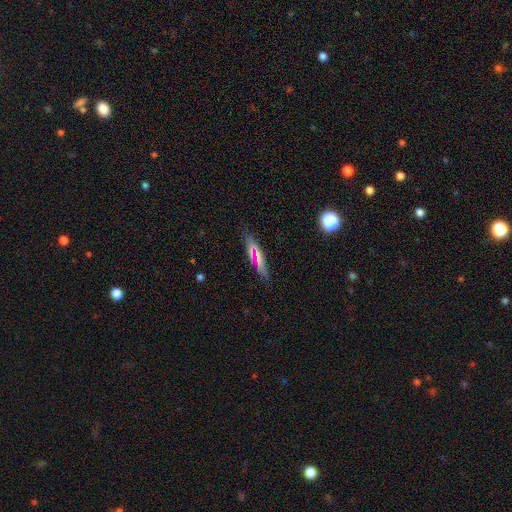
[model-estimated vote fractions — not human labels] This appears to be a smooth galaxy with no disk features (58%) that is cigar-shaped (67%). Merging: none (83%).